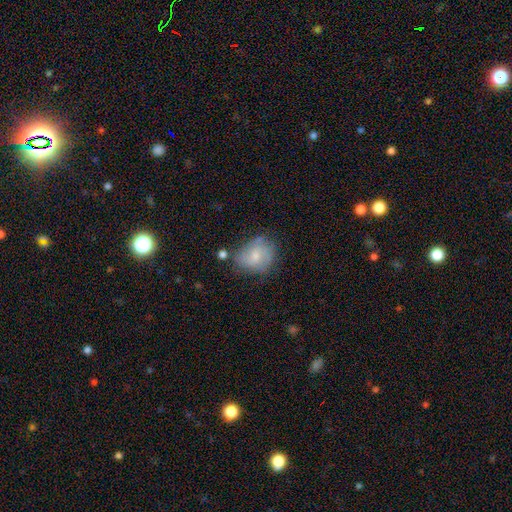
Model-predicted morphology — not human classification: The model was most divided on "how rounded": round: 54%, in between: 45%, cigar-shaped: 1%. More confident: smooth or featured — smooth (57%); merging — none (52%).